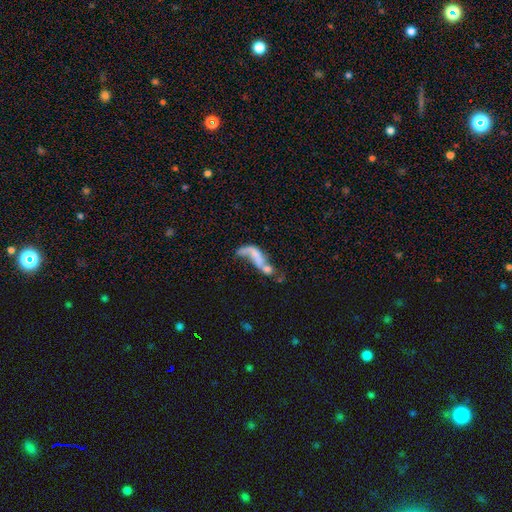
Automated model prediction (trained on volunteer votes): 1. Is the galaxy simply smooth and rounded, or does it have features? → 53% featured or disk, 36% smooth, 11% star or artifact.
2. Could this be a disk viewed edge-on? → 91% no, 9% yes.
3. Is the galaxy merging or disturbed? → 50% merger, 27% major disturbance, 14% none, 9% minor disturbance.